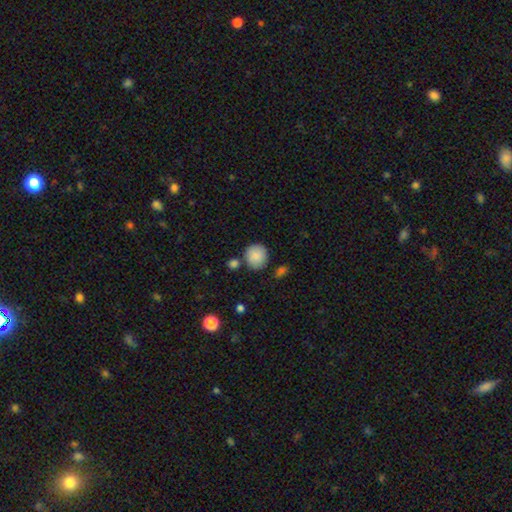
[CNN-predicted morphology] Smooth or featured?
  - smooth: 87% *
  - star or artifact: 7%
  - featured or disk: 5%
How rounded?
  - round: 87% *
  - in between: 12%
  - cigar-shaped: 1%
Merging?
  - none: 77% *
  - minor disturbance: 12%
  - merger: 8%
  - major disturbance: 3%